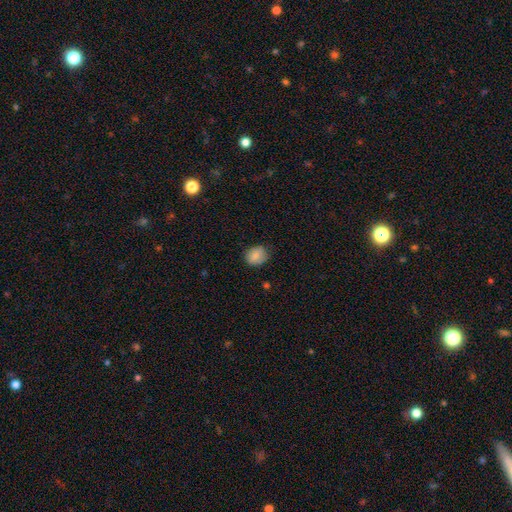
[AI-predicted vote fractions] smooth-or-featured: smooth: 83% | featured or disk: 9% | star or artifact: 8%
  how-rounded: round: 56% | in between: 43% | cigar-shaped: 1%
  merging: none: 72% | minor disturbance: 23% | major disturbance: 4% | merger: 1%